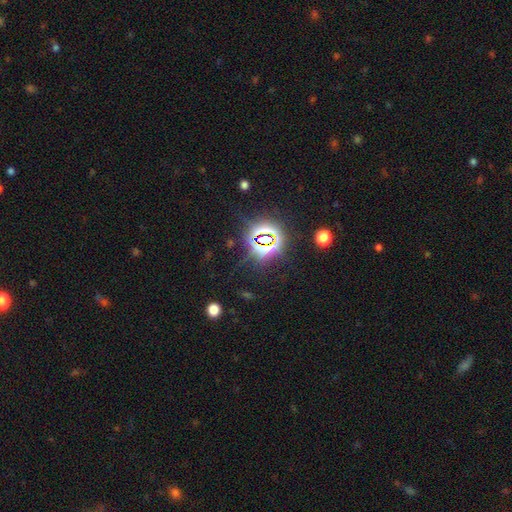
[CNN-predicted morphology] Smooth or featured?
  - star or artifact: 80% *
  - smooth: 12%
  - featured or disk: 8%